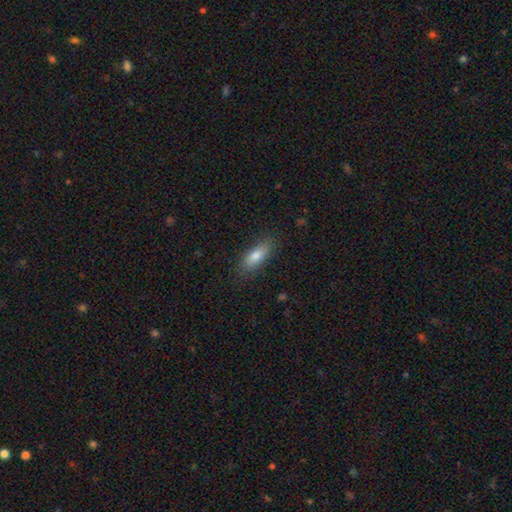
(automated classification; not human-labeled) smooth-or-featured: smooth: 79% | featured or disk: 14% | star or artifact: 7%
  how-rounded: in between: 69% | cigar-shaped: 29% | round: 2%
  merging: none: 82% | minor disturbance: 14% | major disturbance: 3% | merger: 1%